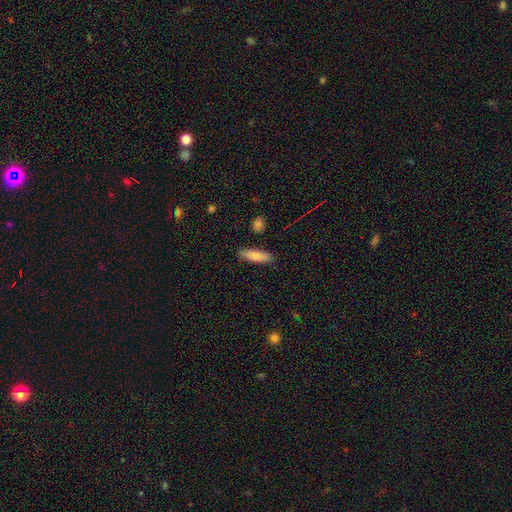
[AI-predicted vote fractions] Smooth or featured? Predicted: smooth (p=0.79). How rounded? Predicted: cigar-shaped (p=0.61). Merging? Predicted: none (p=0.88).